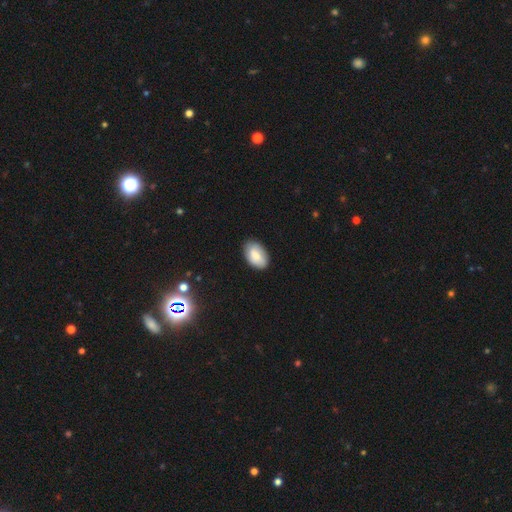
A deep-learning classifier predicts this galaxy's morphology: smooth 79%, featured or disk 14%, star or artifact 7%. Down the decision tree: how rounded — in between (93%); merging — none (83%).